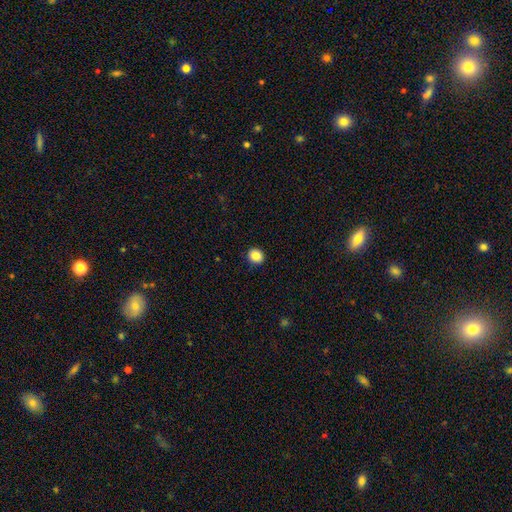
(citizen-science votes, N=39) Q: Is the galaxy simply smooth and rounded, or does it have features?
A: smooth — 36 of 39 (92%).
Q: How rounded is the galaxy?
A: round — 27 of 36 (75%).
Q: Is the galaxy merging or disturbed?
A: none — 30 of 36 (83%).